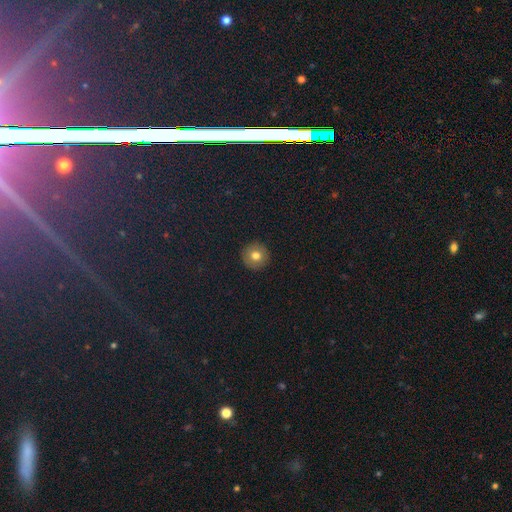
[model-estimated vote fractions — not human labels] Smooth or featured?
  - smooth: 77% *
  - featured or disk: 11%
  - star or artifact: 11%
How rounded?
  - round: 95% *
  - in between: 4%
  - cigar-shaped: 1%
Merging?
  - none: 92% *
  - minor disturbance: 5%
  - major disturbance: 2%
  - merger: 1%